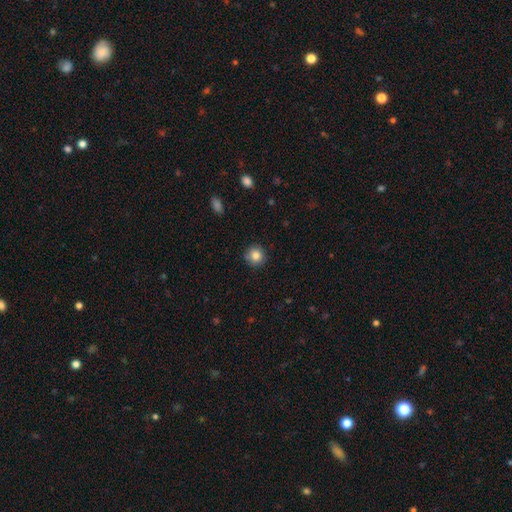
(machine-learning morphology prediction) This is clearly a smooth galaxy (84%). How rounded: clearly round (92%). Merging: clearly none (85%).